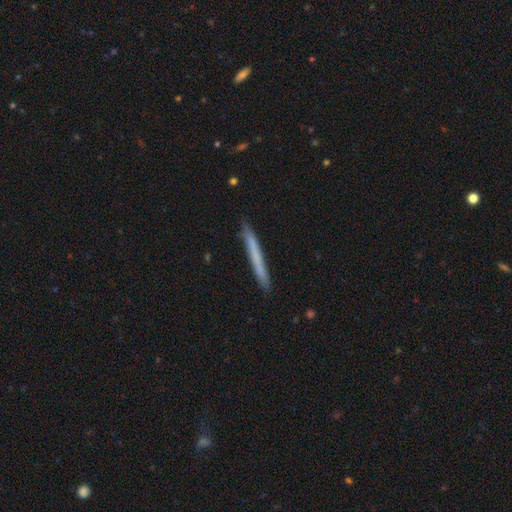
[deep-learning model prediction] smooth 63%, featured or disk 31%, star or artifact 6%. Down the decision tree: how rounded — cigar-shaped (97%); merging — none (91%).